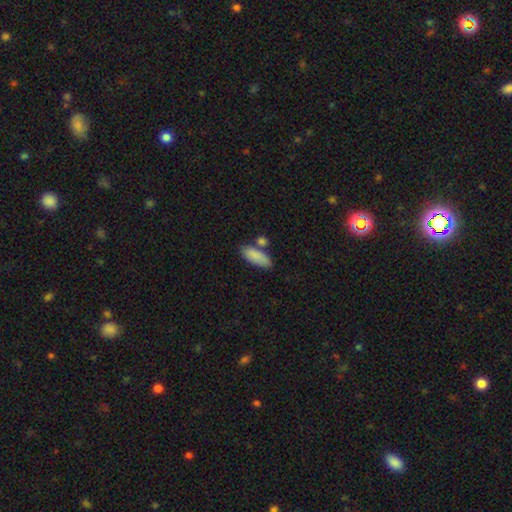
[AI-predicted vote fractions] Morphology: type=smooth (86%); roundness=in between (73%); merging=none (65%).